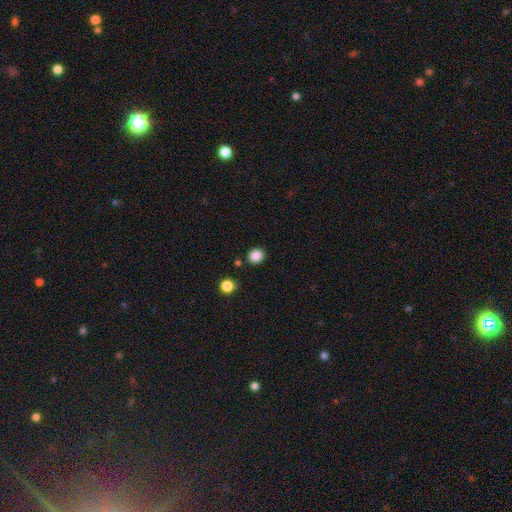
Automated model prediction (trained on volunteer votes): smooth 86%, star or artifact 11%, featured or disk 3%. Down the decision tree: how rounded — round (80%); merging — none (87%).